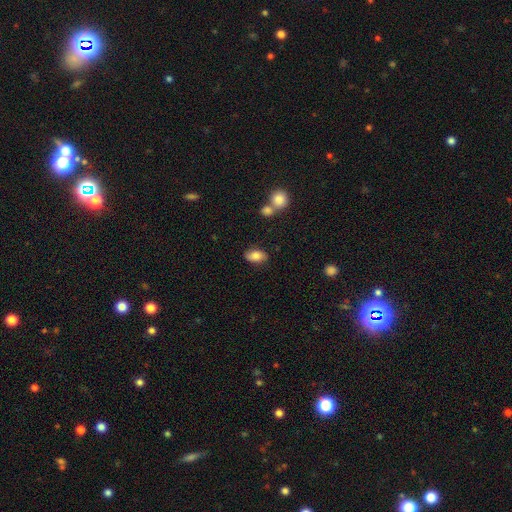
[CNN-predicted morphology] A smooth galaxy with no disk features (83%) that is in between round and cigar-shaped (91%).

Vote fractions:
- Smooth or featured? smooth: 83% / featured or disk: 10% / star or artifact: 7%
- How rounded? in between: 91% / round: 7% / cigar-shaped: 2%
- Merging? none: 80% / minor disturbance: 13% / merger: 4% / major disturbance: 3%